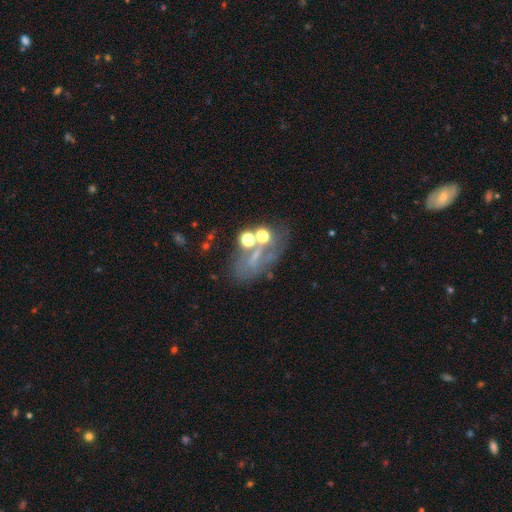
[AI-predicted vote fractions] This is marginally a featured or disk galaxy (39%). Merging: possibly none (50%).